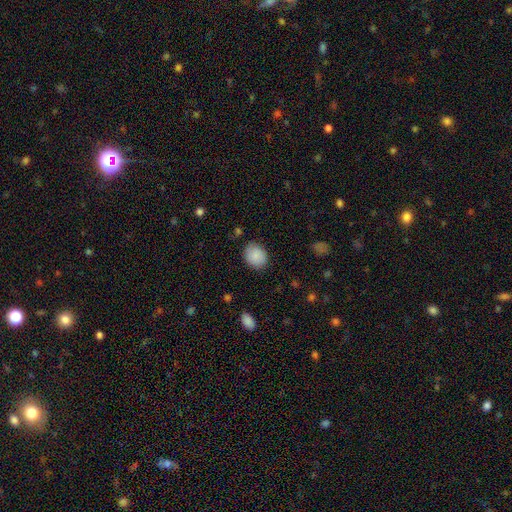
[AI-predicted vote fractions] A smooth galaxy with no disk features (87%) that is round (55%). Merging: none (84%).